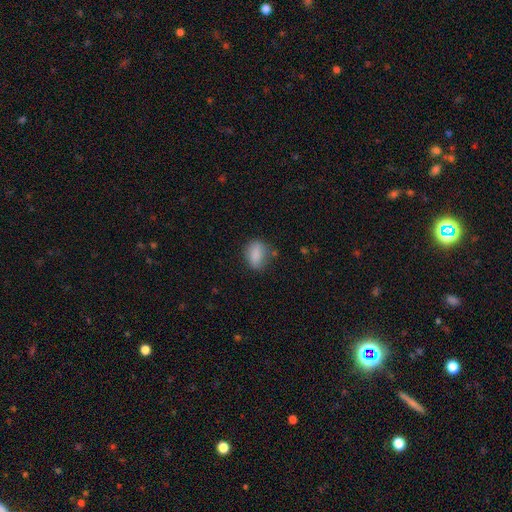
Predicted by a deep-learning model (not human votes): Smooth or featured: smooth — 84% (star or artifact — 8%)
How rounded: in between — 77% (round — 20%)
Merging: none — 70% (minor disturbance — 21%)